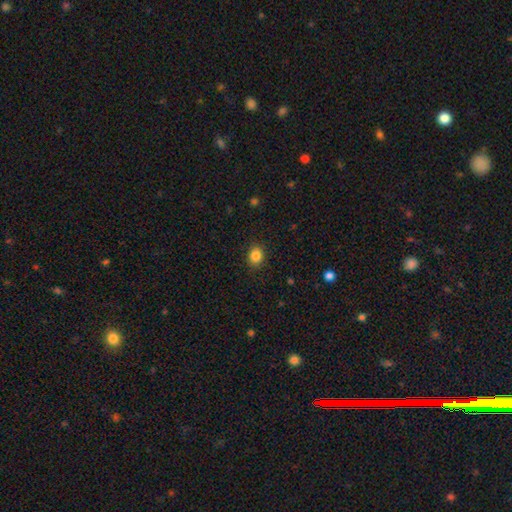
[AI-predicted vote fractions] Smooth or featured?
  - smooth: 85% *
  - star or artifact: 10%
  - featured or disk: 5%
How rounded?
  - round: 58% *
  - in between: 41%
  - cigar-shaped: 1%
Merging?
  - none: 88% *
  - minor disturbance: 8%
  - major disturbance: 2%
  - merger: 1%